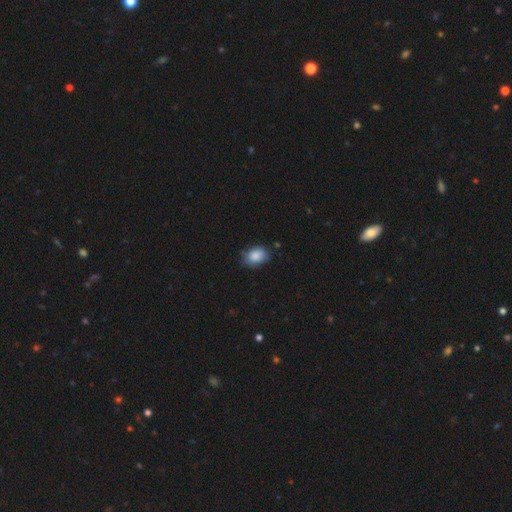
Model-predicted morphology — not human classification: A smooth galaxy with no disk features (85%) that is in between round and cigar-shaped (70%). Merging: none (69%).